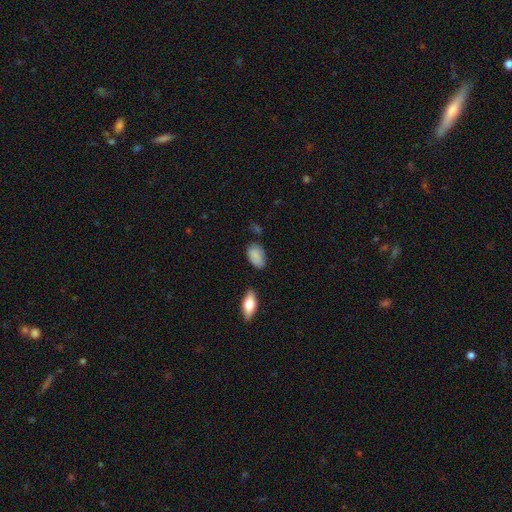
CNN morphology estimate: Smooth or featured?
  - smooth: 85% *
  - star or artifact: 7%
  - featured or disk: 7%
How rounded?
  - in between: 92% *
  - round: 6%
  - cigar-shaped: 2%
Merging?
  - none: 69% *
  - minor disturbance: 23%
  - merger: 4%
  - major disturbance: 4%